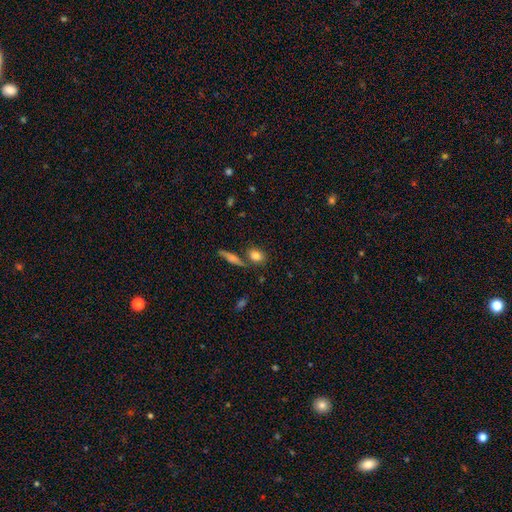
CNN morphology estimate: A smooth galaxy with no disk features (80%) that is in between round and cigar-shaped (55%).

Vote fractions:
- Smooth or featured? smooth: 80% / featured or disk: 11% / star or artifact: 9%
- How rounded? in between: 55% / round: 40% / cigar-shaped: 5%
- Merging? none: 70% / merger: 15% / minor disturbance: 12% / major disturbance: 4%